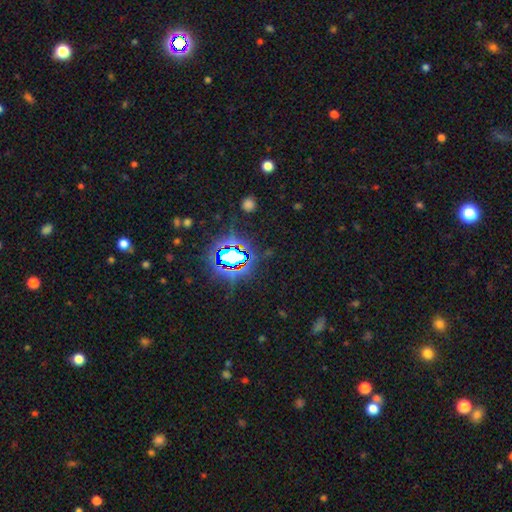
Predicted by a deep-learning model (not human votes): Smooth or featured?
  - star or artifact: 81% *
  - smooth: 12%
  - featured or disk: 8%